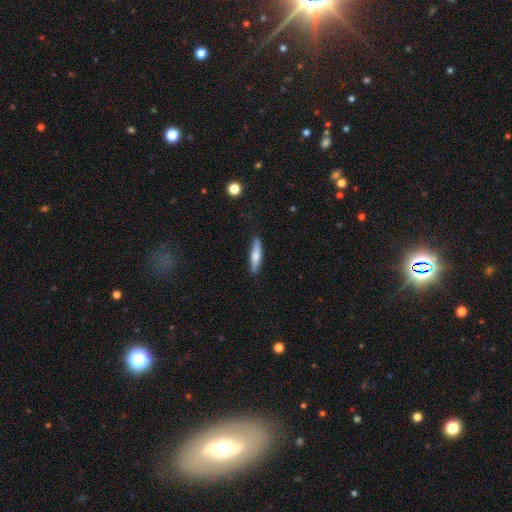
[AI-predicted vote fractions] Q: Smooth or featured?
A: smooth (58%); runner-up: featured or disk (36%)
Q: How rounded?
A: cigar-shaped (84%); runner-up: in between (15%)
Q: Merging?
A: none (86%); runner-up: minor disturbance (11%)